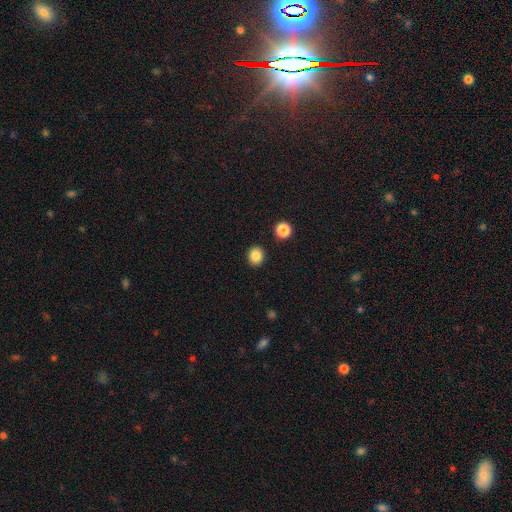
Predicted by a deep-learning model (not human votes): Q: Smooth or featured?
A: smooth (85%); runner-up: star or artifact (10%)
Q: How rounded?
A: round (79%); runner-up: in between (20%)
Q: Merging?
A: none (91%); runner-up: minor disturbance (6%)